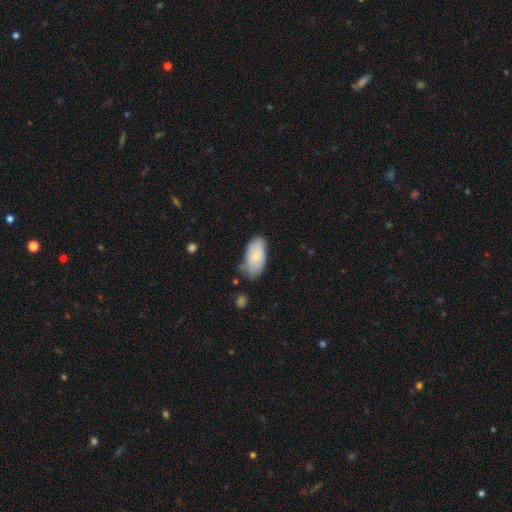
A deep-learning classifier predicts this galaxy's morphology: type=smooth (79%); roundness=in between (94%); merging=none (61%).